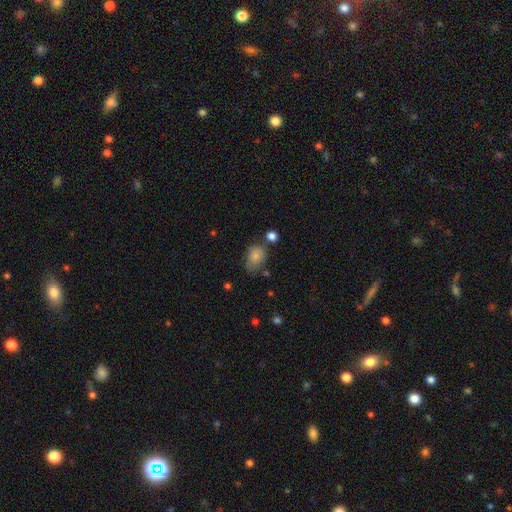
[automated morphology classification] The model was most divided on "merging": none: 56%, minor disturbance: 27%, major disturbance: 9%, merger: 8%. More confident: smooth or featured — smooth (82%); how rounded — in between (77%).